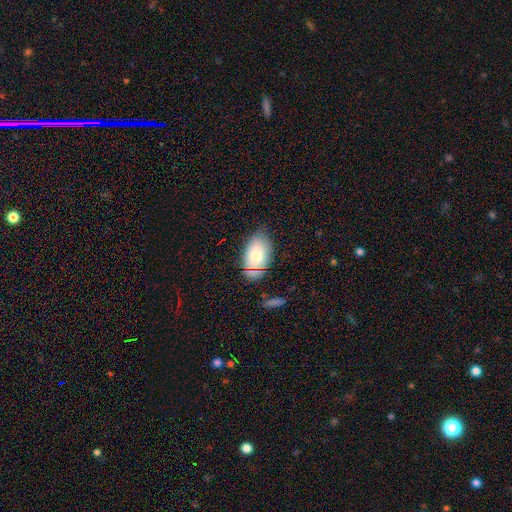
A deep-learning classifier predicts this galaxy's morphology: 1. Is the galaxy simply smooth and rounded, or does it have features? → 77% smooth, 14% featured or disk, 9% star or artifact.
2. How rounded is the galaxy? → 90% in between, 8% round, 2% cigar-shaped.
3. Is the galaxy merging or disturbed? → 73% none, 19% minor disturbance, 4% major disturbance, 4% merger.